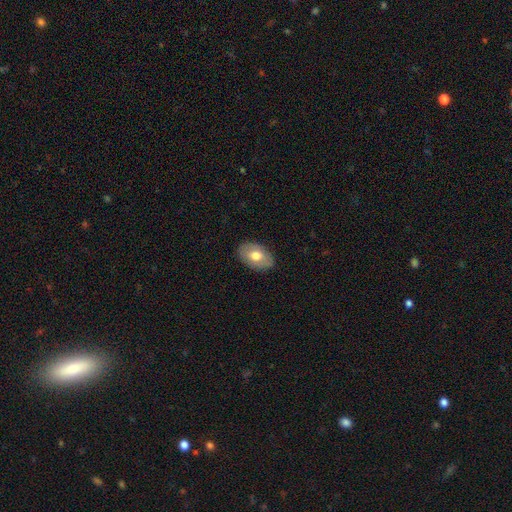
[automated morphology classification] Smooth or featured? smooth (69%)
How rounded? in between (88%)
Merging? none (87%)